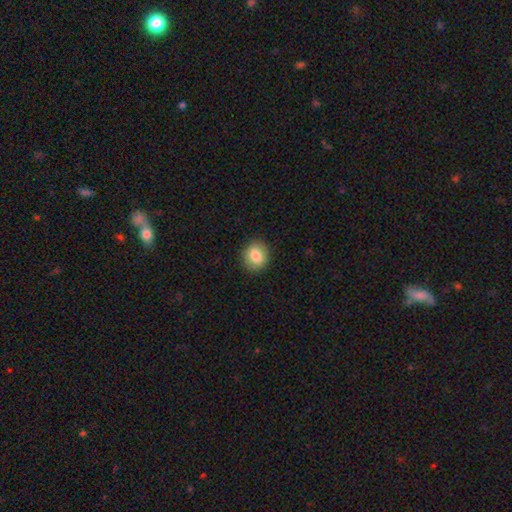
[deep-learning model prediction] Overall: smooth (81%). How rounded: round (72%). Merging: none (89%).